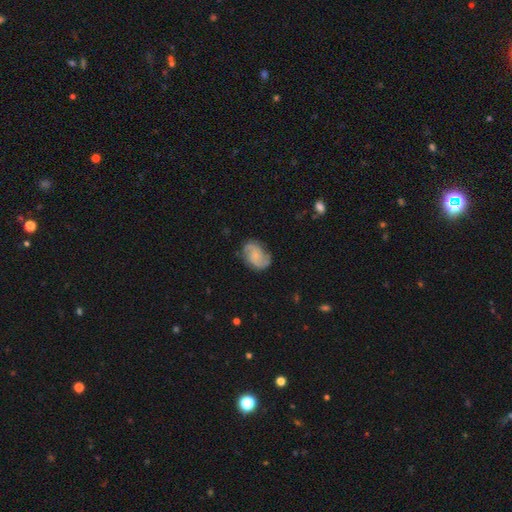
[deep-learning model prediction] The model was most divided on "spiral winding": medium: 48%, loose: 27%, tight: 26%. More confident: edge-on disk — no (98%); spiral arms — yes (94%); spiral arm count — 2 (86%); merging — none (74%); smooth or featured — featured or disk (70%); bar — no (63%); bulge size — small (59%).